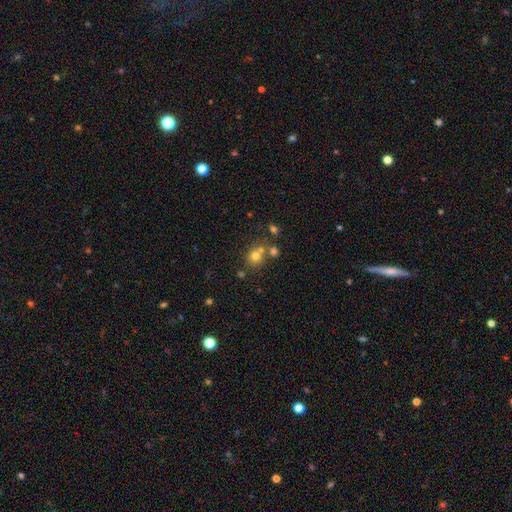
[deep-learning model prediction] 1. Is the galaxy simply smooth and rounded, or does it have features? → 70% smooth, 17% star or artifact, 13% featured or disk.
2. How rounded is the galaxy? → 82% round, 17% in between, 1% cigar-shaped.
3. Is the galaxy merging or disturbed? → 56% none, 30% merger, 9% minor disturbance, 4% major disturbance.